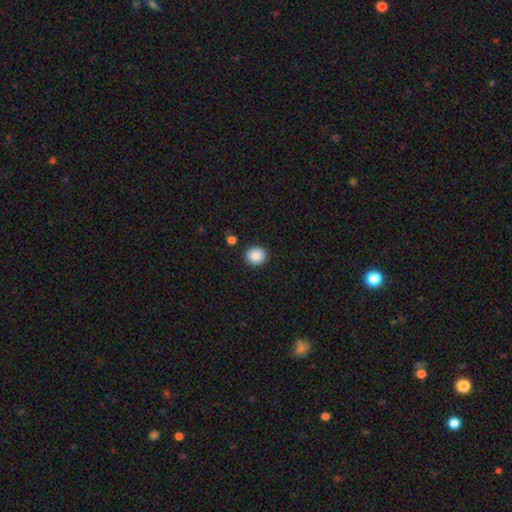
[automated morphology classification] Smooth or featured?
  - smooth: 88% *
  - star or artifact: 9%
  - featured or disk: 4%
How rounded?
  - round: 84% *
  - in between: 15%
  - cigar-shaped: 1%
Merging?
  - none: 90% *
  - minor disturbance: 6%
  - merger: 2%
  - major disturbance: 2%